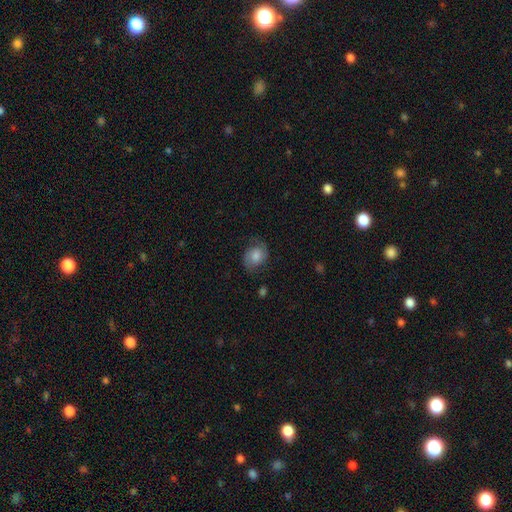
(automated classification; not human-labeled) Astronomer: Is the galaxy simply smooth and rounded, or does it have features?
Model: featured or disk — 52% (runner-up: smooth, 40%).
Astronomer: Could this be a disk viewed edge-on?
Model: no — 97%.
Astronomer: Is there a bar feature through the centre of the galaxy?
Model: no — 65%.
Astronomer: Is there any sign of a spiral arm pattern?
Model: yes — 89%.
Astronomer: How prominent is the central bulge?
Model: moderate — 48%.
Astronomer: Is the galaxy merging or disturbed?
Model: none — 68%.